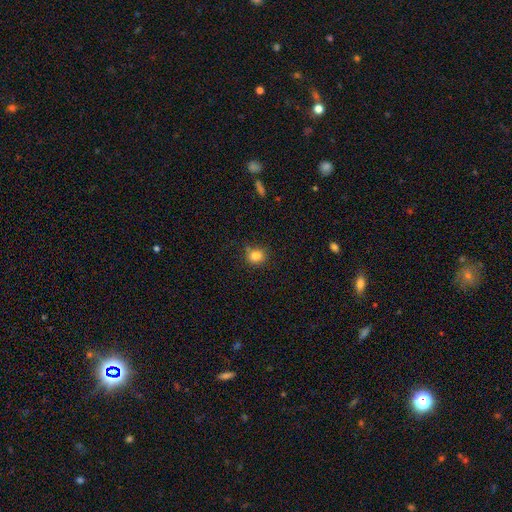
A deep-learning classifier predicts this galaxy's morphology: This is clearly a smooth galaxy (83%). How rounded: clearly round (81%). Merging: clearly none (81%).